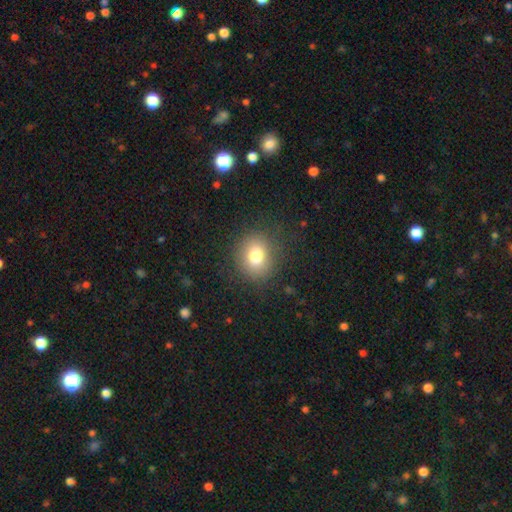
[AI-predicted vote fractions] Overall: smooth (77%). How rounded: round (77%). Merging: none (85%).